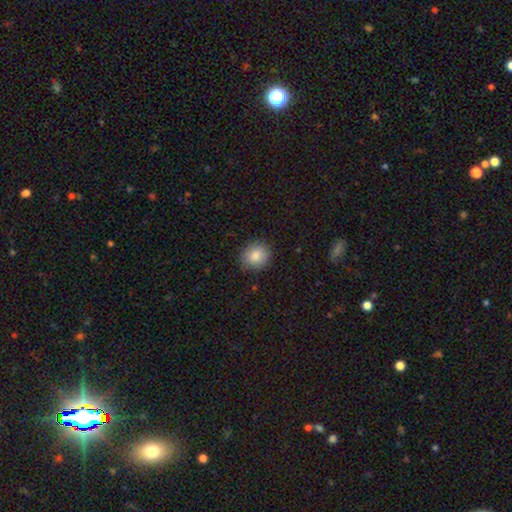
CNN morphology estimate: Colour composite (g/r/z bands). It shows a smooth galaxy with no disk features (85%) that is round (75%). Merging: none (86%).